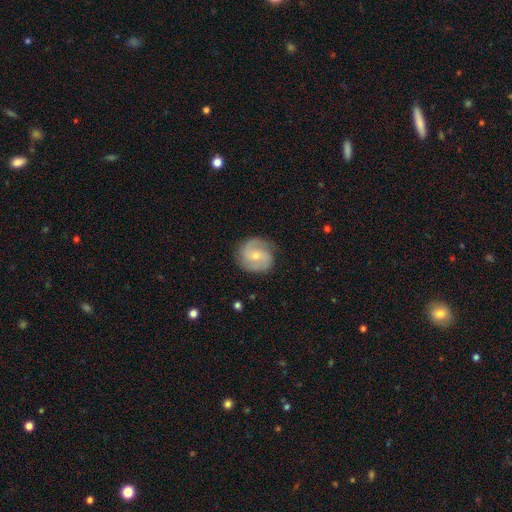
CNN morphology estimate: Smooth or featured? Predicted: featured or disk (p=0.72). Edge-on disk? Predicted: no (p=0.98). Bar? Predicted: no (p=0.49). Spiral arms? Predicted: yes (p=0.93). Spiral winding? Predicted: medium (p=0.47). Spiral arm count? Predicted: 2 (p=0.75). Bulge size? Predicted: small (p=0.59). Merging? Predicted: none (p=0.81).